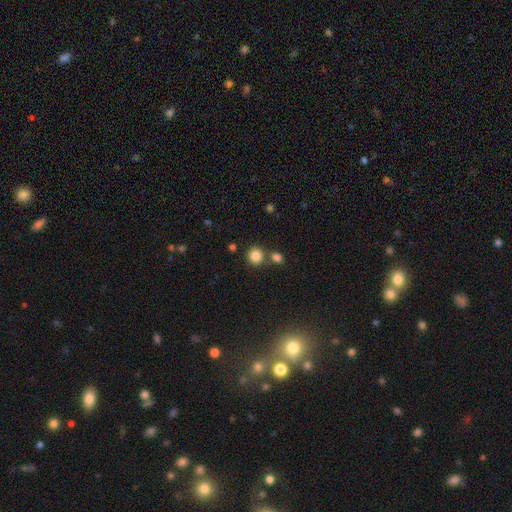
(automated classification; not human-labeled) Smooth or featured? smooth (84%)
How rounded? round (90%)
Merging? none (70%)